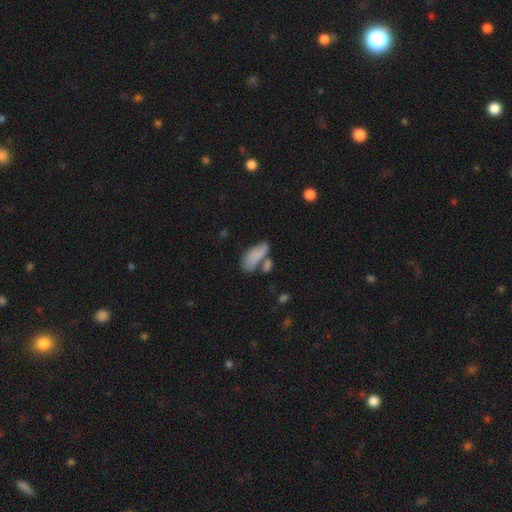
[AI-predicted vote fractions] The model was most divided on "merging": none: 39%, merger: 34%, minor disturbance: 18%, major disturbance: 10%. More confident: how rounded — in between (83%); smooth or featured — smooth (79%).